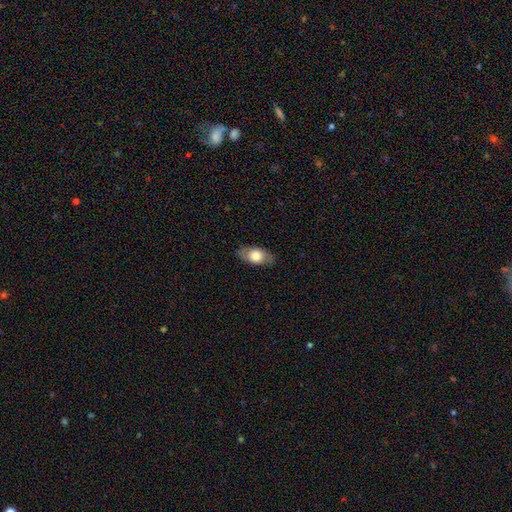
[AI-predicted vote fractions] Smooth or featured?
  - smooth: 66% *
  - featured or disk: 27%
  - star or artifact: 6%
How rounded?
  - in between: 86% *
  - round: 9%
  - cigar-shaped: 5%
Merging?
  - none: 82% *
  - minor disturbance: 13%
  - major disturbance: 4%
  - merger: 1%